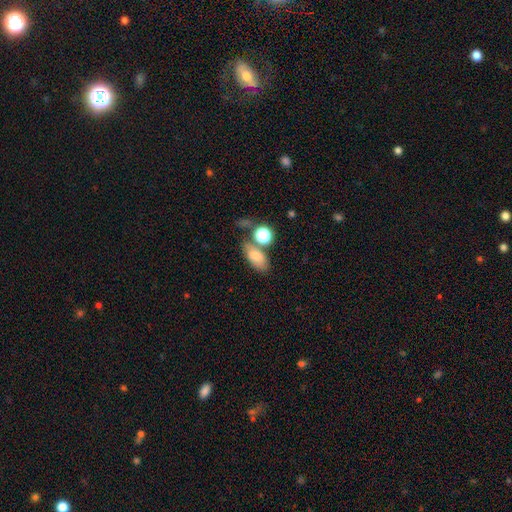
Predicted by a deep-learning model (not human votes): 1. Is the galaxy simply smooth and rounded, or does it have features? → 75% smooth, 14% featured or disk, 11% star or artifact.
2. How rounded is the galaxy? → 86% in between, 10% round, 4% cigar-shaped.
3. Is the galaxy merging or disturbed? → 50% none, 24% merger, 17% minor disturbance, 9% major disturbance.